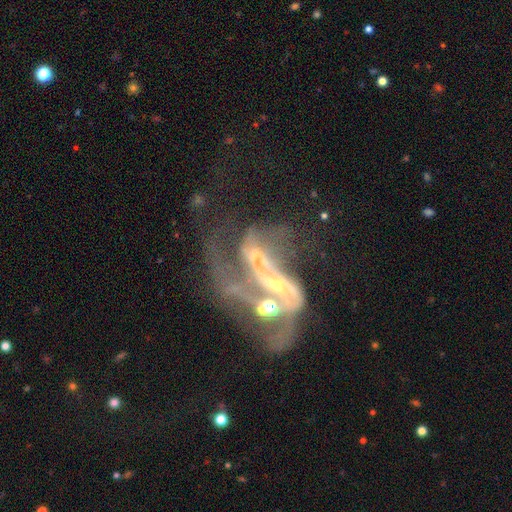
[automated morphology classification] Overall: featured or disk (75%). Edge-on disk: no (93%). Bar: no (56%; weak 26%). Spiral arms: yes (63%; no 37%). Bulge size: moderate (43%; small 37%). Merging: merger (55%; major disturbance 30%).